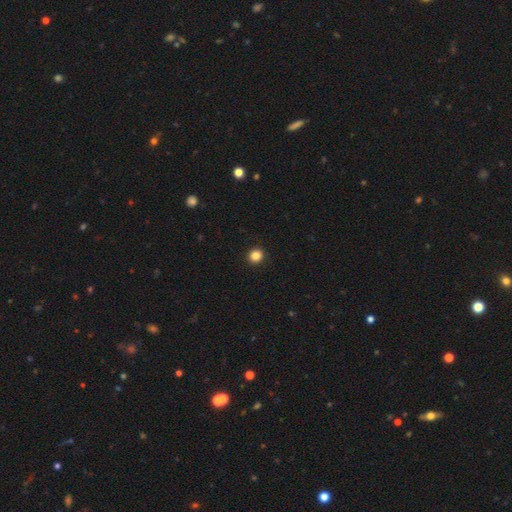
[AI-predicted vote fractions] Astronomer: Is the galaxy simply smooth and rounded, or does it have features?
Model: smooth — 85%.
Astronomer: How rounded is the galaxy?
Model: round — 89%.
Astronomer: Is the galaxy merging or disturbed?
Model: none — 94%.